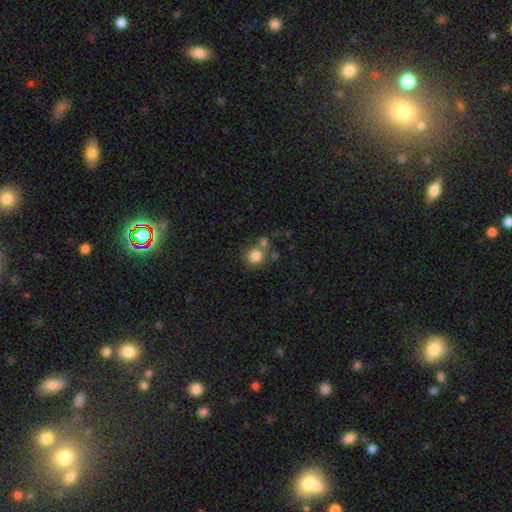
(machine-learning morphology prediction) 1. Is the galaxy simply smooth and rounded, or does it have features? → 81% smooth, 11% star or artifact, 8% featured or disk.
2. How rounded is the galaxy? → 89% round, 10% in between, 1% cigar-shaped.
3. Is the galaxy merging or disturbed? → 59% none, 26% merger, 10% minor disturbance, 4% major disturbance.